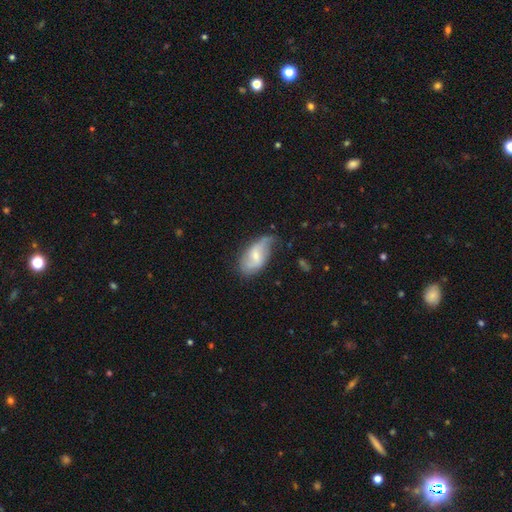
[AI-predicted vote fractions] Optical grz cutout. It shows a featured or disk galaxy (53%). Merging: none (44%).